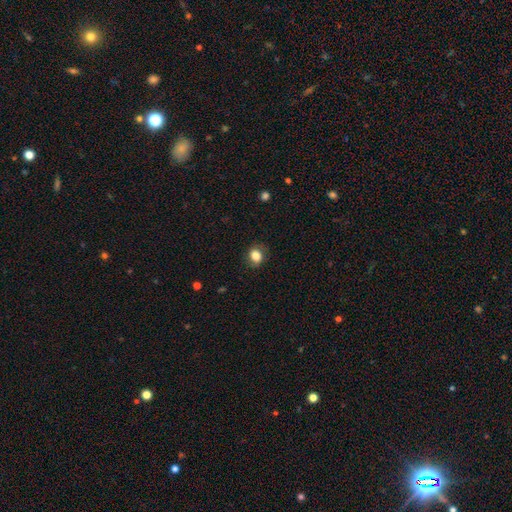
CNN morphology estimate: Q: Smooth or featured?
A: smooth (78%); runner-up: featured or disk (13%)
Q: How rounded?
A: round (53%); runner-up: in between (46%)
Q: Merging?
A: none (77%); runner-up: minor disturbance (17%)